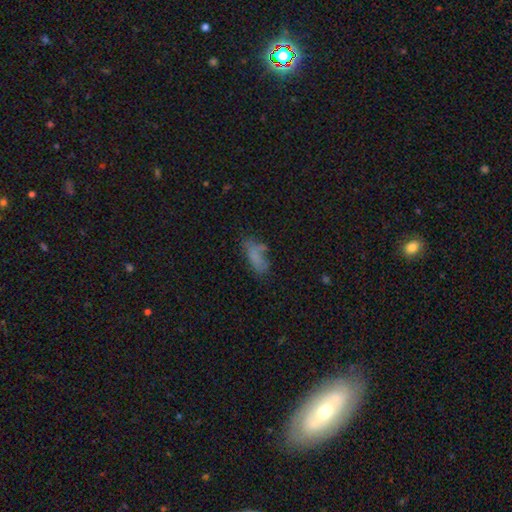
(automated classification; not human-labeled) A smooth galaxy with no disk features (67%) that is in between round and cigar-shaped (74%). Merging: none (49%).